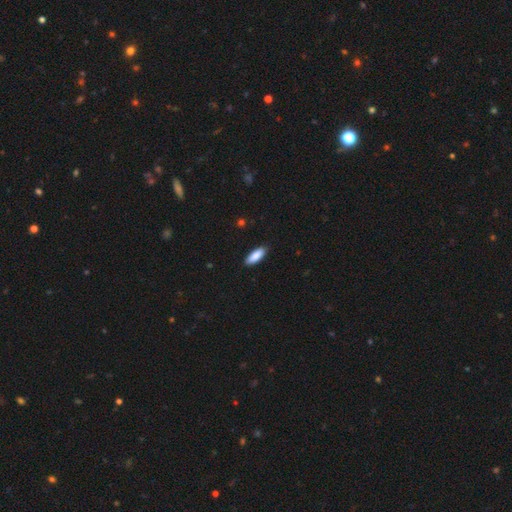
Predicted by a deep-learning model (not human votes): Morphology: type=smooth (88%); roundness=in between (70%); merging=none (89%).